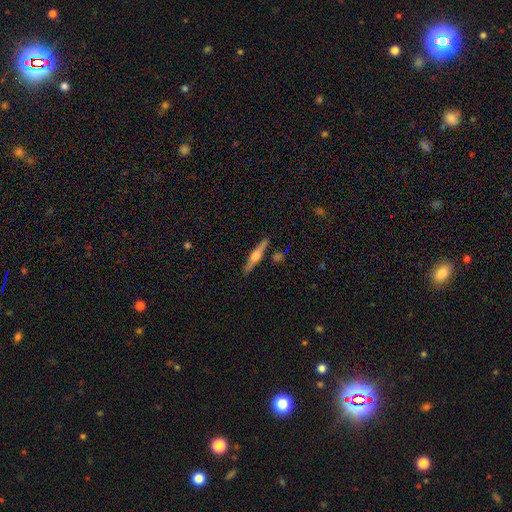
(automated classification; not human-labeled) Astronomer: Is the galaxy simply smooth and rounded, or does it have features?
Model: featured or disk — 68%.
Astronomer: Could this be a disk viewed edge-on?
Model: yes — 97%.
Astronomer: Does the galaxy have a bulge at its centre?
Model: rounded — 90%.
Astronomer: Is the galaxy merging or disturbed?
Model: none — 87%.